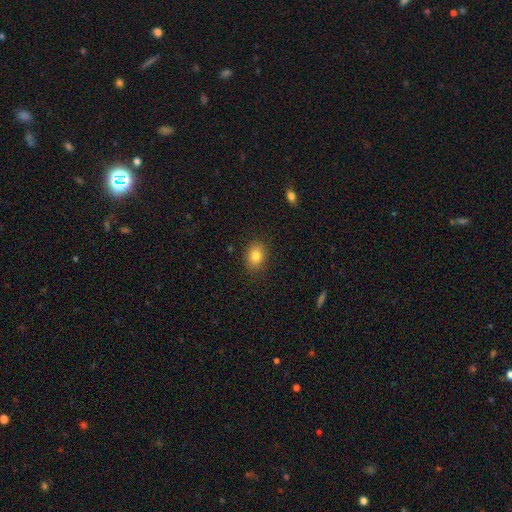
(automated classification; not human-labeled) Overall: smooth (83%). How rounded: in between (61%; round 38%). Merging: none (87%).